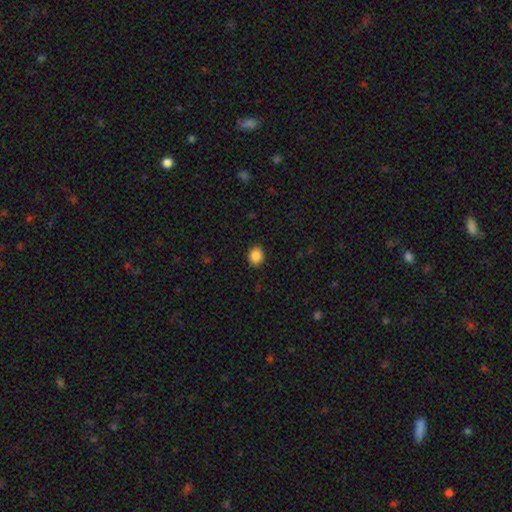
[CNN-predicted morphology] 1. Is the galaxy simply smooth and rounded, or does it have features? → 88% smooth, 9% star or artifact, 3% featured or disk.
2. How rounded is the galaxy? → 67% round, 32% in between, 1% cigar-shaped.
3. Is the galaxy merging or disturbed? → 91% none, 6% minor disturbance, 2% major disturbance, 1% merger.